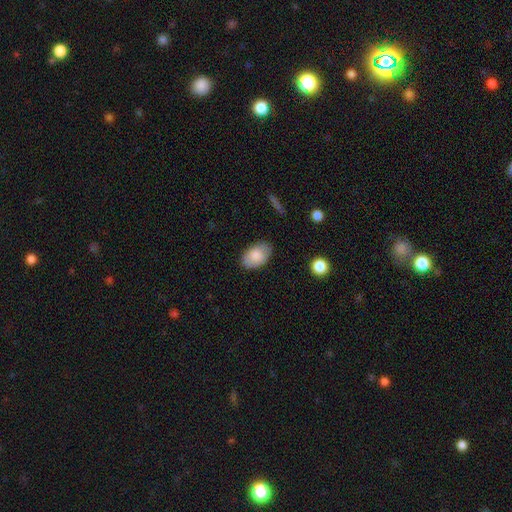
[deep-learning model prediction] Morphology: type=smooth (83%); roundness=in between (92%); merging=none (83%).